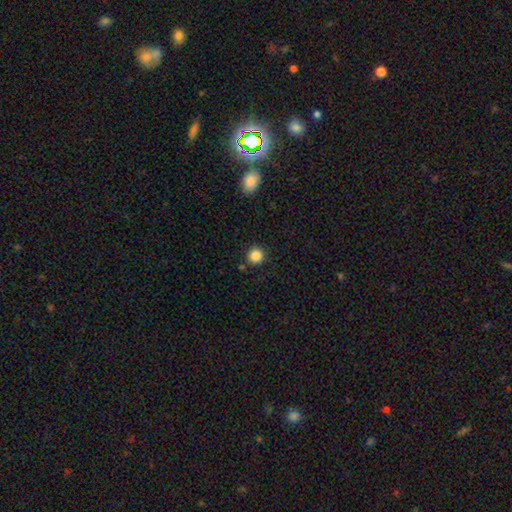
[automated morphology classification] Smooth or featured? smooth (86%)
How rounded? round (95%)
Merging? none (89%)